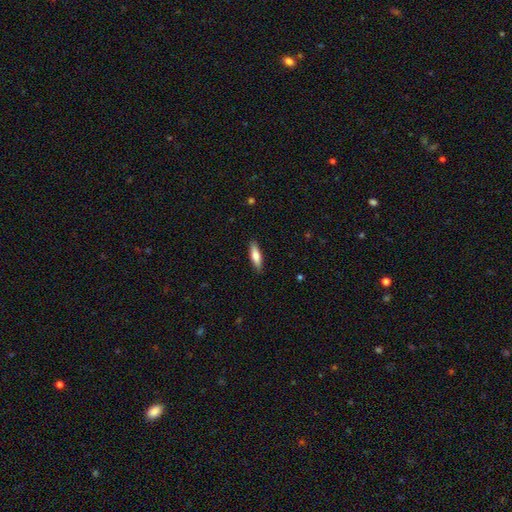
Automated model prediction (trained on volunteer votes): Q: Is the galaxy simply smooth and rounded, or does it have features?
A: smooth — 71%.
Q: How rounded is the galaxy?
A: cigar-shaped — 61%.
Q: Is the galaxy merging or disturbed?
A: none — 88%.